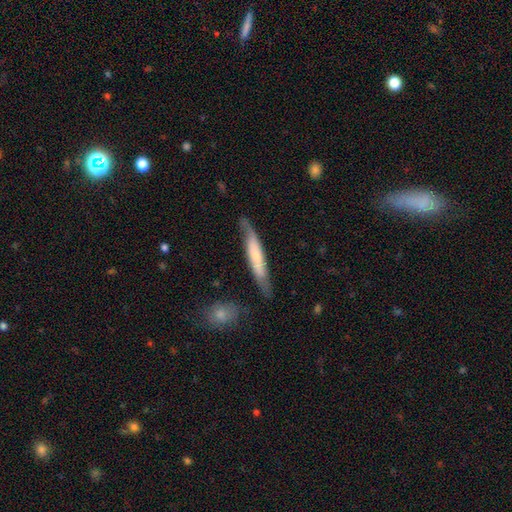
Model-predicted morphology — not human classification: Q: Smooth or featured?
A: smooth (49%); runner-up: featured or disk (45%)
Q: Merging?
A: none (71%); runner-up: minor disturbance (20%)